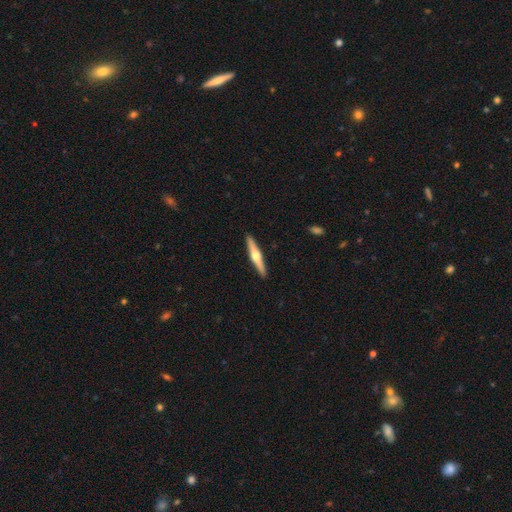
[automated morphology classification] type=featured or disk (68%); edge-on=yes (98%); edge-on bulge=rounded (94%); merging=none (92%).